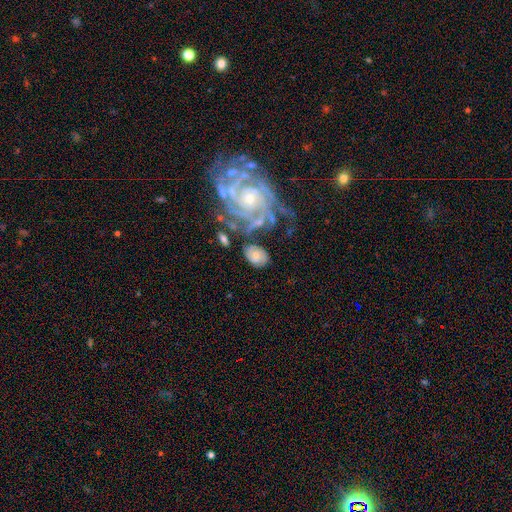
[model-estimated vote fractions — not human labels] This appears to be a featured or disk galaxy (64%) with no bar (66%), 3 (26%, tied with 2) tight (60%) spiral arms (92%) and a small central bulge (51%). Merging: none (55%).